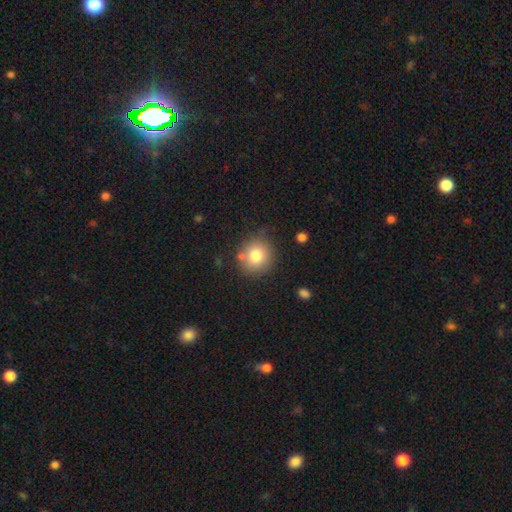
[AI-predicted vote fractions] smooth_or_featured: smooth (p=0.79) [alt: featured or disk p=0.11]
how_rounded: round (p=0.87) [alt: in between p=0.12]
merging: none (p=0.75) [alt: minor disturbance p=0.14]